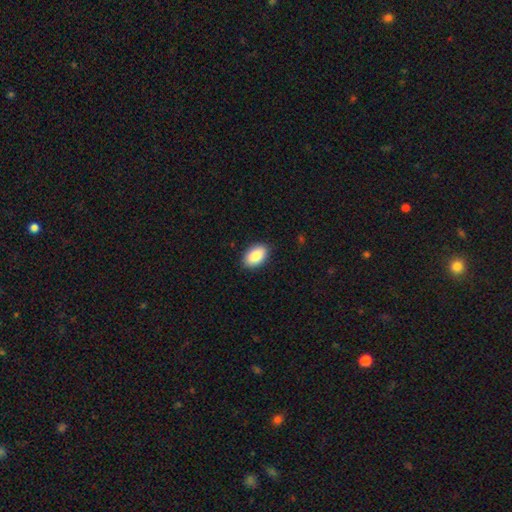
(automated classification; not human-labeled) smooth 88%, star or artifact 7%, featured or disk 5%. Down the decision tree: how rounded — in between (92%); merging — none (89%).